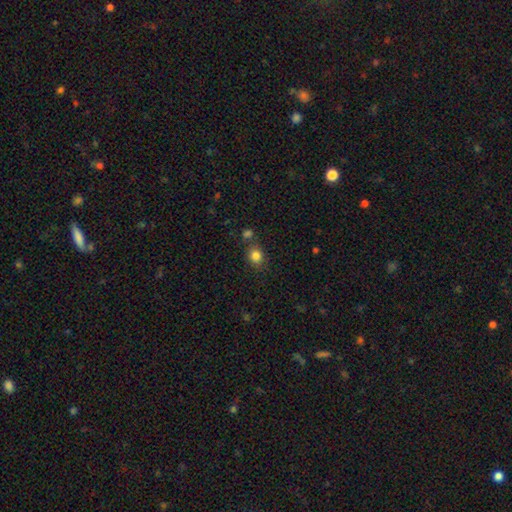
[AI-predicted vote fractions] A smooth galaxy with no disk features (83%) that is round (71%).

Vote fractions:
- Smooth or featured? smooth: 83% / star or artifact: 11% / featured or disk: 6%
- How rounded? round: 71% / in between: 28% / cigar-shaped: 1%
- Merging? none: 71% / merger: 13% / minor disturbance: 12% / major disturbance: 4%